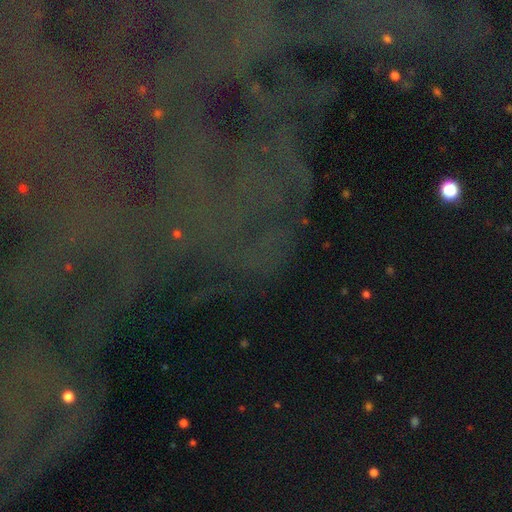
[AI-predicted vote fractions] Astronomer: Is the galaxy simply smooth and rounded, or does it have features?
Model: star or artifact — 71%.